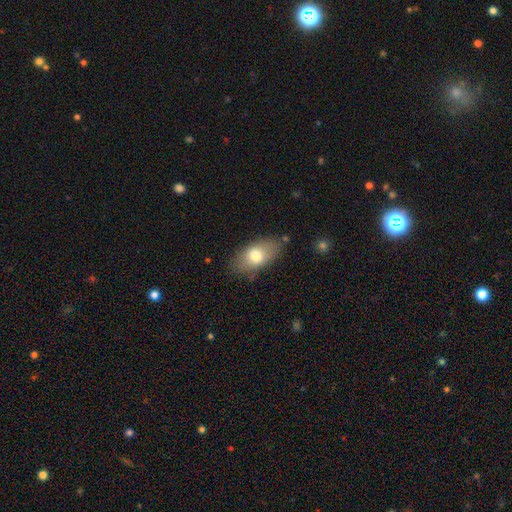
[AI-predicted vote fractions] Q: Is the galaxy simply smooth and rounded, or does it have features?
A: smooth — 74%.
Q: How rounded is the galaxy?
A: in between — 89%.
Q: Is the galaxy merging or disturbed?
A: none — 78%.